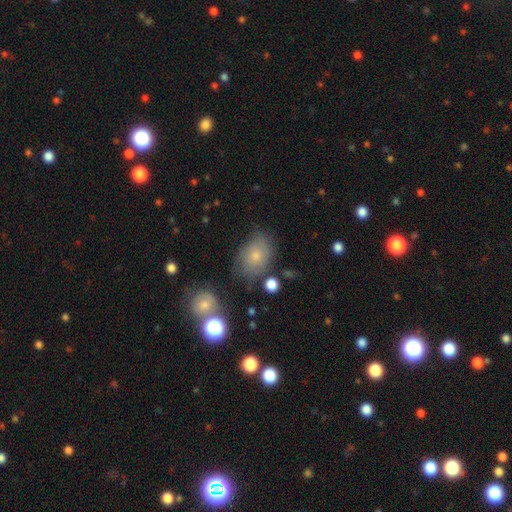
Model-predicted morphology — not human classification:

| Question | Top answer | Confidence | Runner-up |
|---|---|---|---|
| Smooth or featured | smooth | 61% | featured or disk (26%) |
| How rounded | in between | 73% | round (25%) |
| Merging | none | 65% | minor disturbance (23%) |